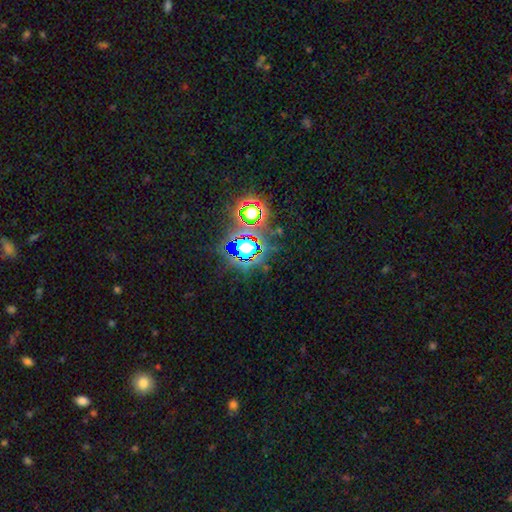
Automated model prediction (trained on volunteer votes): This appears to be a star or artifact, not a galaxy (77%).